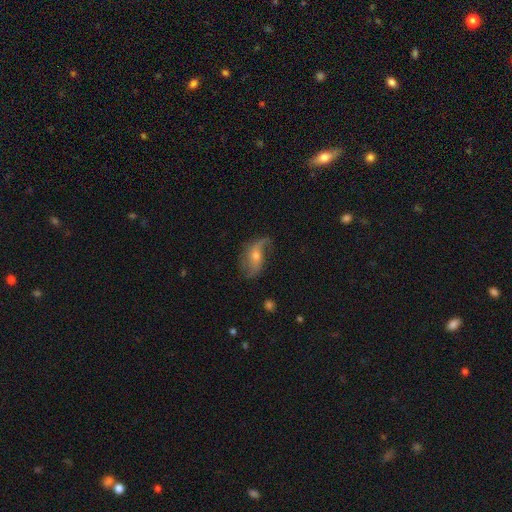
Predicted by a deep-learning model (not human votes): Q: Smooth or featured?
A: featured or disk (76%); runner-up: smooth (16%)
Q: Edge-on disk?
A: no (94%); runner-up: yes (6%)
Q: Bar?
A: no (56%); runner-up: weak (32%)
Q: Spiral arms?
A: yes (92%); runner-up: no (8%)
Q: Spiral winding?
A: loose (82%); runner-up: medium (14%)
Q: Spiral arm count?
A: 2 (79%); runner-up: 1 (13%)
Q: Bulge size?
A: moderate (47%); tied with: small (47%)
Q: Merging?
A: none (58%); runner-up: minor disturbance (23%)